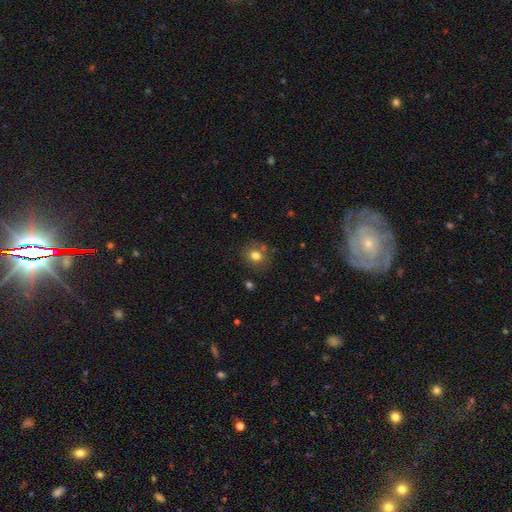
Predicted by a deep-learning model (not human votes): Smooth or featured: smooth — 76% (featured or disk — 12%)
How rounded: round — 64% (in between — 35%)
Merging: none — 74% (minor disturbance — 15%)